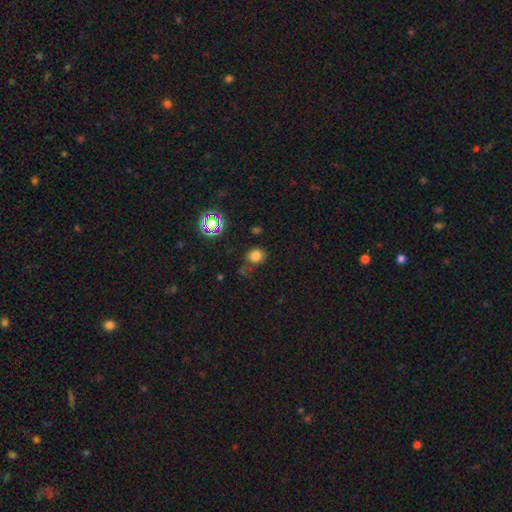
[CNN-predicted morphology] smooth-or-featured: smooth: 74% | star or artifact: 19% | featured or disk: 6%
  how-rounded: round: 72% | in between: 27% | cigar-shaped: 1%
  merging: none: 66% | minor disturbance: 21% | major disturbance: 8% | merger: 6%